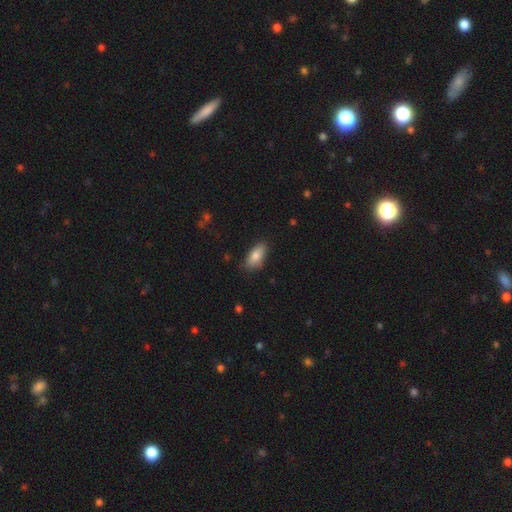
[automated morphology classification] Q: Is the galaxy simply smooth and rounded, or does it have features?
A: smooth — 82%.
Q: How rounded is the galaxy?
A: in between — 87%.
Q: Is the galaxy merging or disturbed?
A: none — 80%.